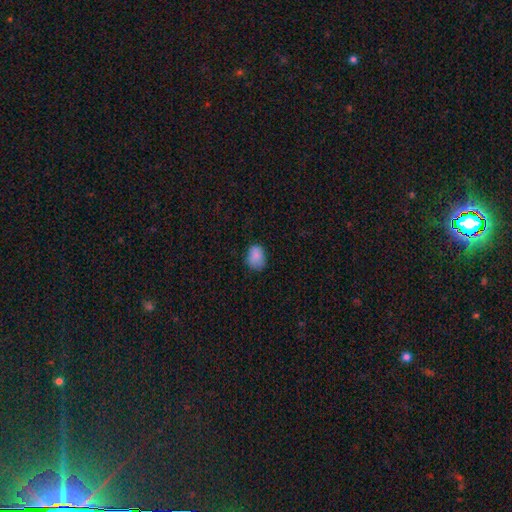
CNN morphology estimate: The model was most divided on "how rounded": in between: 61%, round: 38%, cigar-shaped: 1%. More confident: smooth or featured — smooth (84%); merging — none (69%).